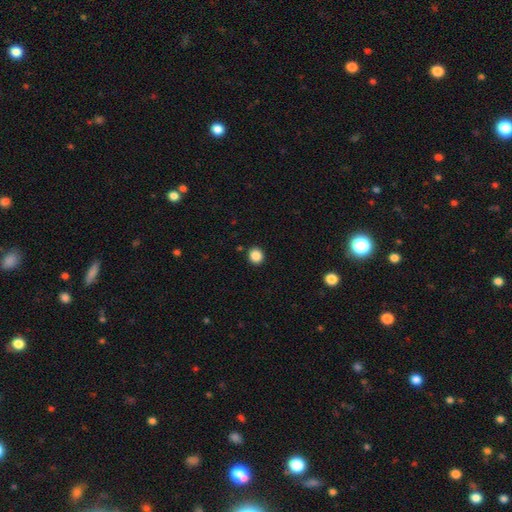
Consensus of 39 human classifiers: Smooth or featured? 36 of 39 (92%) said smooth. How rounded? 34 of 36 (94%) said round. Merging? 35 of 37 (95%) said none.